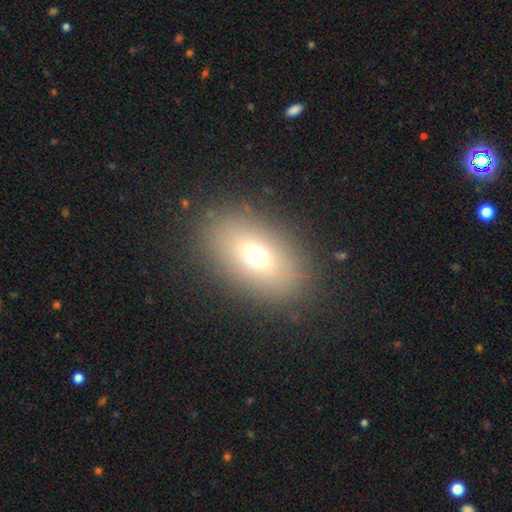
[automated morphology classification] Smooth or featured?
  - smooth: 68% *
  - featured or disk: 17%
  - star or artifact: 15%
How rounded?
  - in between: 83% *
  - round: 15%
  - cigar-shaped: 2%
Merging?
  - none: 86% *
  - minor disturbance: 8%
  - major disturbance: 5%
  - merger: 1%